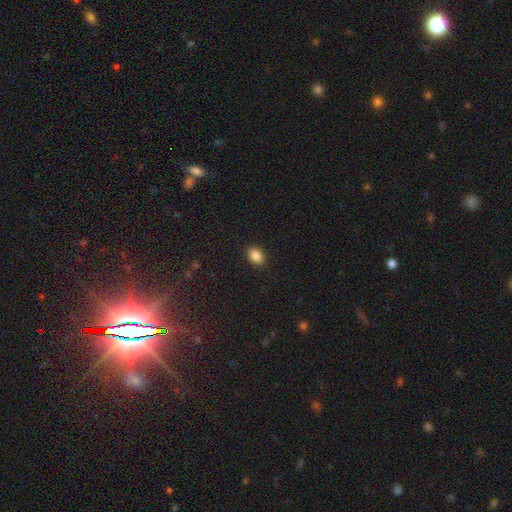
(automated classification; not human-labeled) Smooth or featured: smooth — 87% (star or artifact — 9%)
How rounded: in between — 68% (round — 31%)
Merging: none — 90% (minor disturbance — 7%)